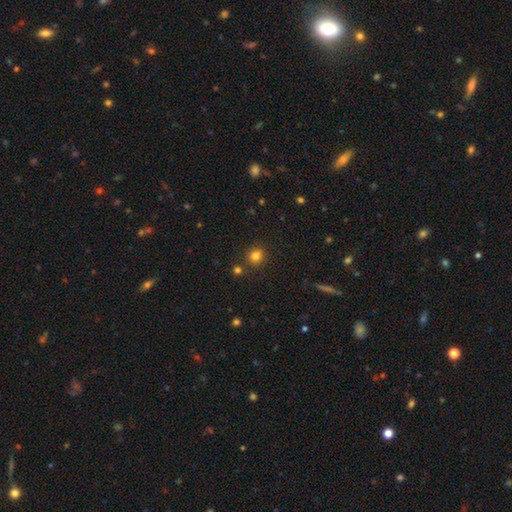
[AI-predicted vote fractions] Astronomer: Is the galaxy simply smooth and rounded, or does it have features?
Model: smooth — 81%.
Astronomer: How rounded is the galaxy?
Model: round — 84%.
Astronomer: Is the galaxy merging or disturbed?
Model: none — 84%.